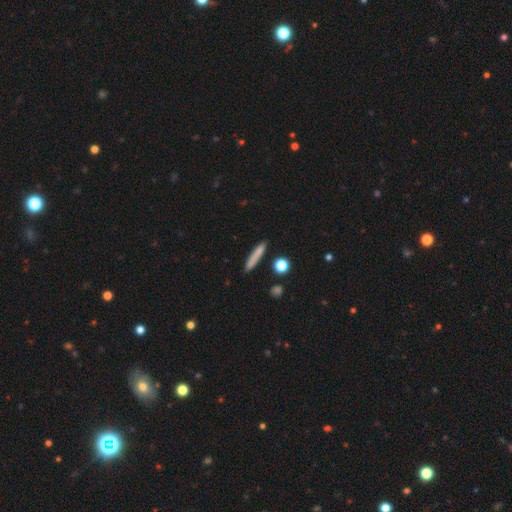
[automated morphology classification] type=smooth (77%); roundness=cigar-shaped (90%); merging=none (86%).